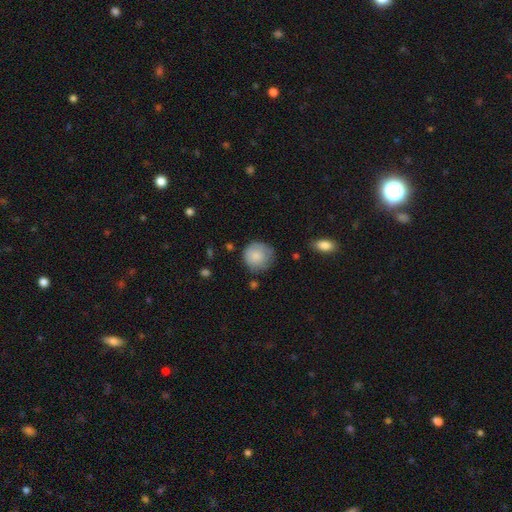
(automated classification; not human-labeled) Overall: smooth (82%). How rounded: round (91%). Merging: none (69%).